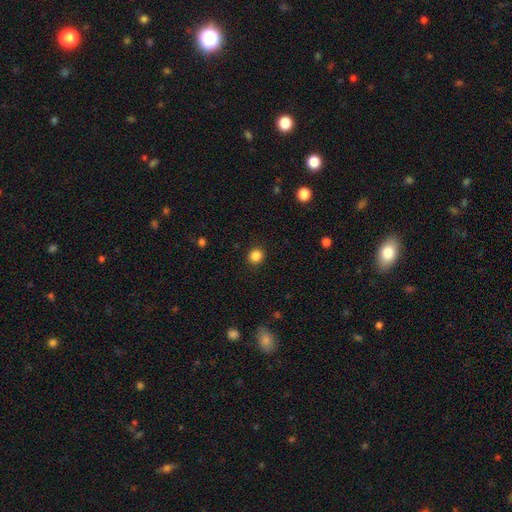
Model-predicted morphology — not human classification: This appears to be a smooth galaxy with no disk features (85%) that is round (88%). Merging: none (91%).